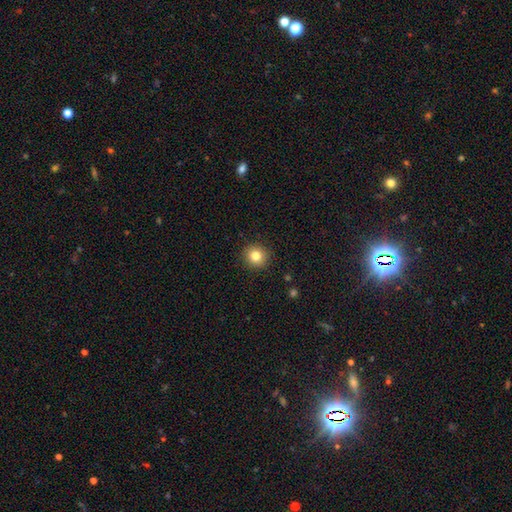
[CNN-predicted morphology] This appears to be a smooth galaxy with no disk features (82%) that is round (92%). Merging: none (91%).